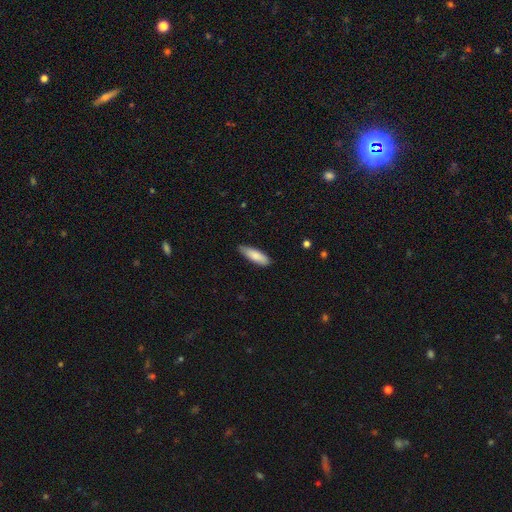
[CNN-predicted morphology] smooth-or-featured: smooth: 84% | featured or disk: 11% | star or artifact: 6%
  how-rounded: cigar-shaped: 51% | in between: 47% | round: 1%
  merging: none: 80% | minor disturbance: 16% | major disturbance: 2% | merger: 1%